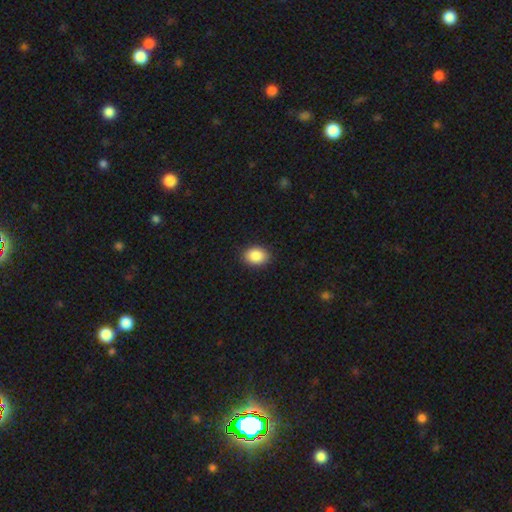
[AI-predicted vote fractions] A smooth galaxy with no disk features (88%) that is in between round and cigar-shaped (68%).

Vote fractions:
- Smooth or featured? smooth: 88% / star or artifact: 8% / featured or disk: 5%
- How rounded? in between: 68% / round: 31% / cigar-shaped: 1%
- Merging? none: 89% / minor disturbance: 8% / major disturbance: 2% / merger: 1%